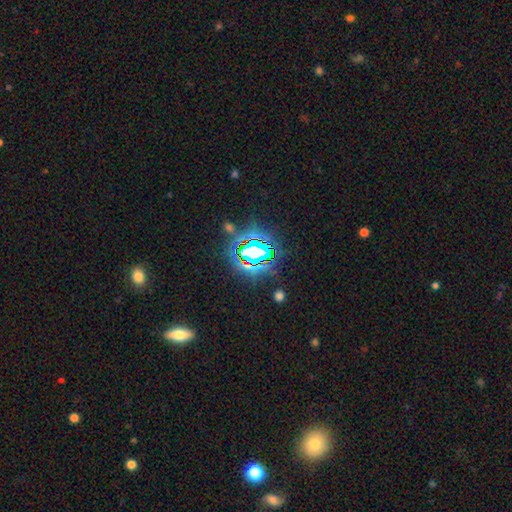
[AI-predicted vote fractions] A star or artifact, not a galaxy (81%).

Vote fractions:
- Smooth or featured? star or artifact: 81% / smooth: 11% / featured or disk: 8%